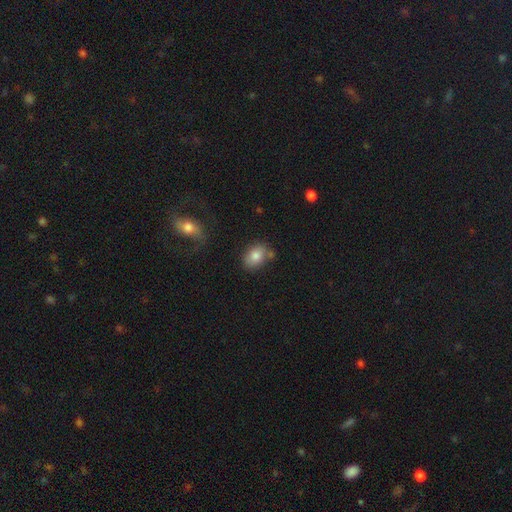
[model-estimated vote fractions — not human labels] Smooth or featured: smooth — 82% (featured or disk — 10%)
How rounded: in between — 72% (round — 27%)
Merging: none — 68% (minor disturbance — 18%)